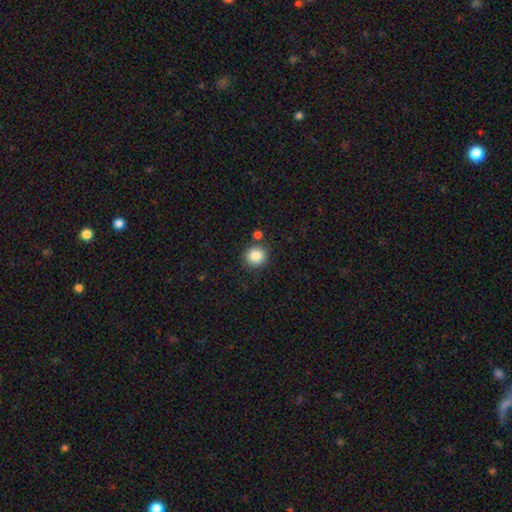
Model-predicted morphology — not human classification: A smooth galaxy with no disk features (86%) that is round (89%). Merging: none (81%).